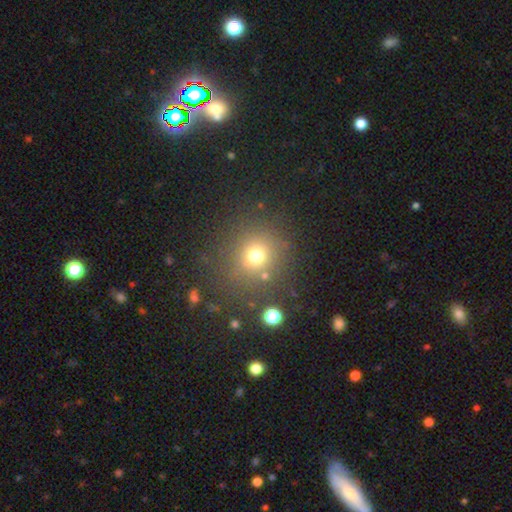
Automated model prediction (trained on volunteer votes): The model was most divided on "smooth or featured": smooth: 69%, star or artifact: 21%, featured or disk: 10%. More confident: how rounded — round (89%); merging — none (78%).